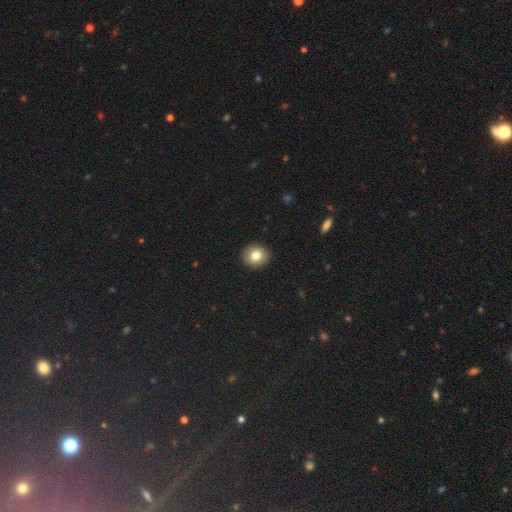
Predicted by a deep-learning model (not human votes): smooth-or-featured: smooth: 79% | featured or disk: 11% | star or artifact: 10%
  how-rounded: round: 83% | in between: 16% | cigar-shaped: 1%
  merging: none: 92% | minor disturbance: 5% | major disturbance: 2% | merger: 1%